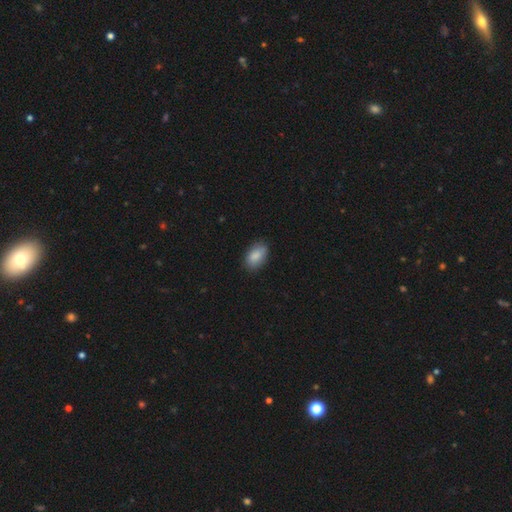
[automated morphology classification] smooth_or_featured: smooth (p=0.87) [alt: star or artifact p=0.07]
how_rounded: in between (p=0.92) [alt: round p=0.06]
merging: none (p=0.83) [alt: minor disturbance p=0.14]